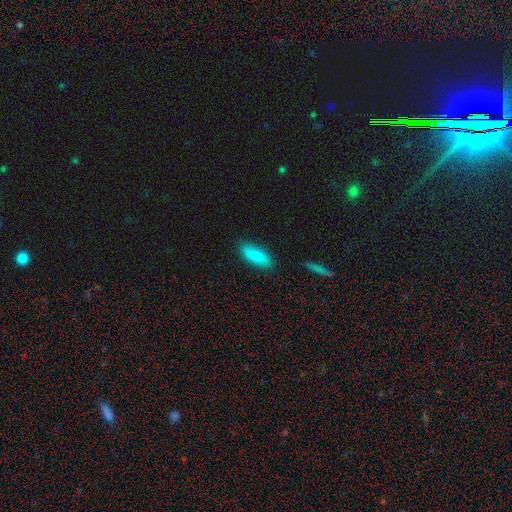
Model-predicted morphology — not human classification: Q: Smooth or featured?
A: smooth (84%); runner-up: featured or disk (9%)
Q: How rounded?
A: in between (68%); runner-up: cigar-shaped (30%)
Q: Merging?
A: none (83%); runner-up: minor disturbance (12%)